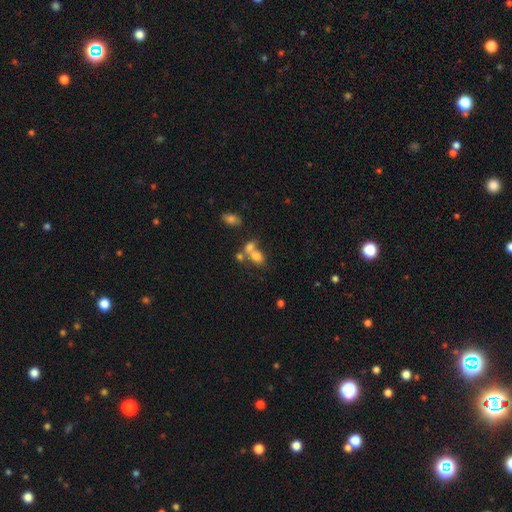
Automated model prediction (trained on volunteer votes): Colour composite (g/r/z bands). It shows a smooth galaxy with no disk features (72%) that is in between round and cigar-shaped (65%). Merging: merger (53%).